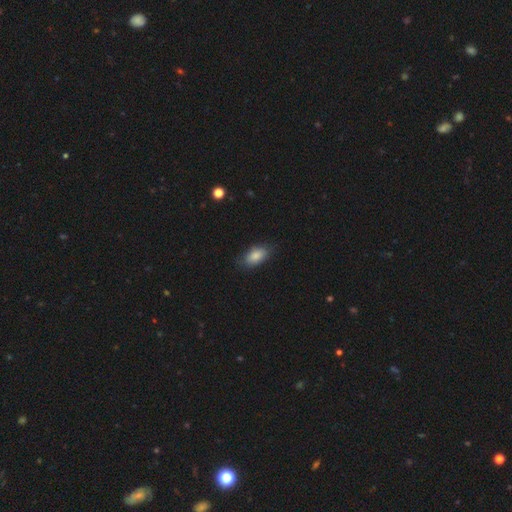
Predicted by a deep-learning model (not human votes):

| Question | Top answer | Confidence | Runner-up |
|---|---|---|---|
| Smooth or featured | smooth | 86% | featured or disk (7%) |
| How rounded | in between | 92% | round (5%) |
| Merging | none | 80% | minor disturbance (16%) |